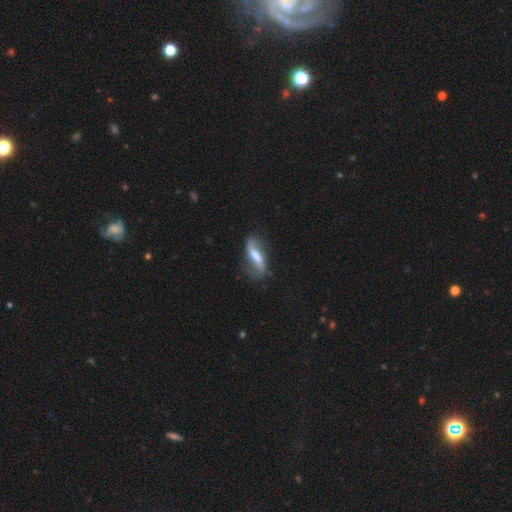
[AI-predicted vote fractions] Overall: featured or disk (67%). Edge-on disk: no (83%). Bar: strong (49%; weak 33%). Spiral arms: yes (82%). Bulge size: moderate (41%; small 28%). Merging: none (57%; minor disturbance 23%).